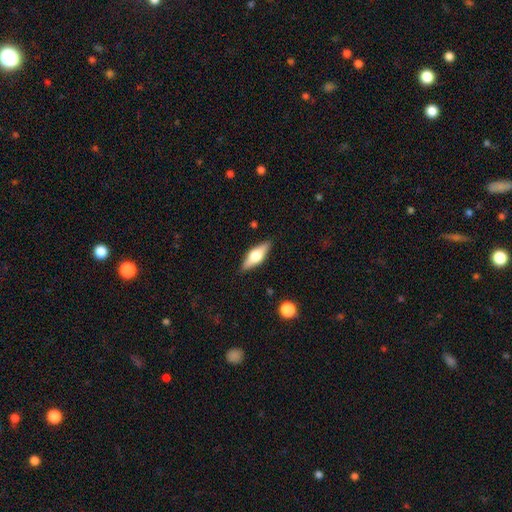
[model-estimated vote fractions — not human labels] Overall: featured or disk (52%; smooth 42%). Edge-on disk: yes (93%). Merging: none (87%).